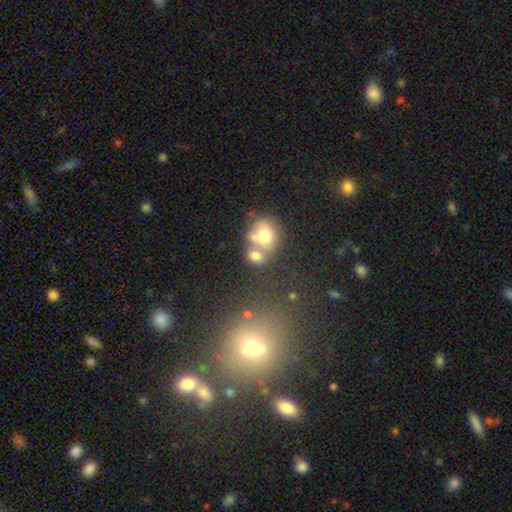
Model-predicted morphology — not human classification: Smooth or featured: smooth — 69% (featured or disk — 17%)
How rounded: round — 53% (in between — 45%)
Merging: merger — 51% (none — 33%)